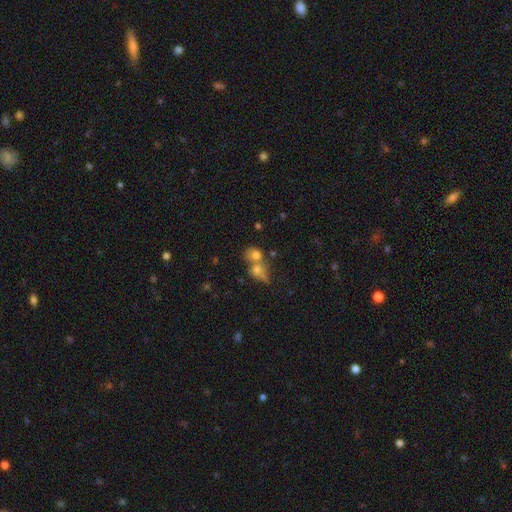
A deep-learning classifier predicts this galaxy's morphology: Q: Smooth or featured?
A: smooth (71%); runner-up: featured or disk (16%)
Q: How rounded?
A: round (62%); runner-up: in between (36%)
Q: Merging?
A: merger (61%); runner-up: none (27%)